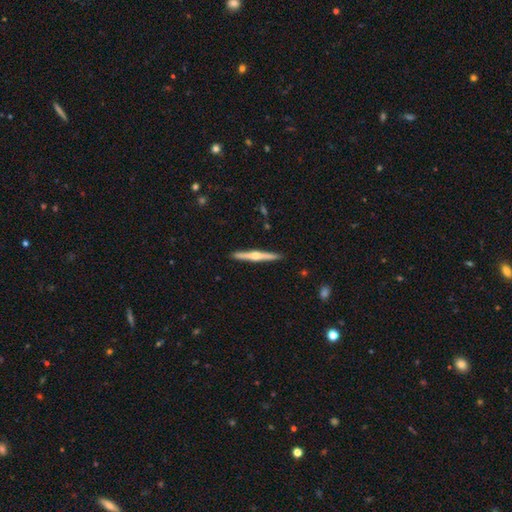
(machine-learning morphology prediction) Smooth or featured? Predicted: featured or disk (p=0.70). Edge-on disk? Predicted: yes (p=0.98). Edge-on bulge? Predicted: rounded (p=0.90). Merging? Predicted: none (p=0.92).